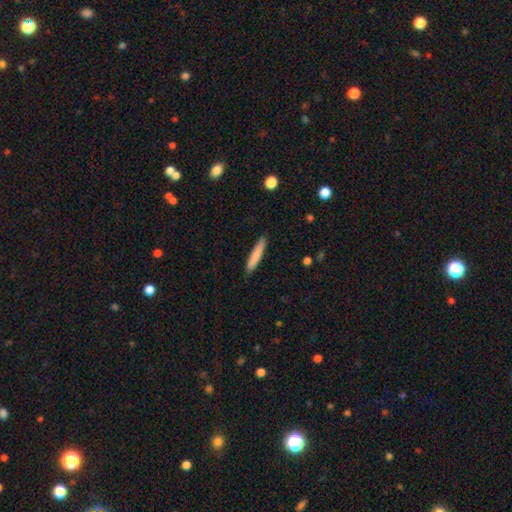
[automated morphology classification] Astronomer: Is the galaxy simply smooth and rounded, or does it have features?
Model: smooth — 82%.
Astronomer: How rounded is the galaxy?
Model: cigar-shaped — 92%.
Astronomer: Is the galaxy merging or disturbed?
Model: none — 89%.